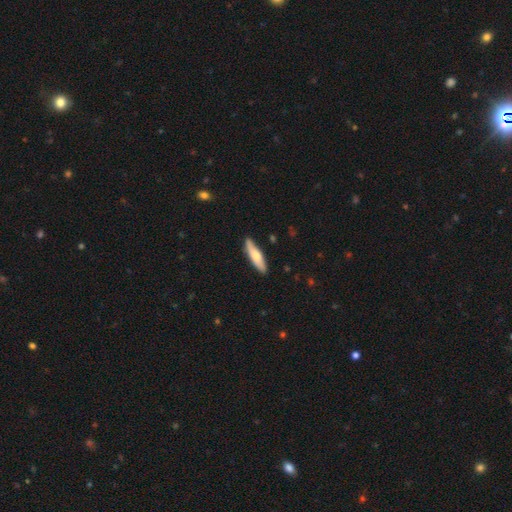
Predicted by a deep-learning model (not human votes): This is likely a smooth galaxy (64%). How rounded: likely cigar-shaped (71%). Merging: clearly none (86%).